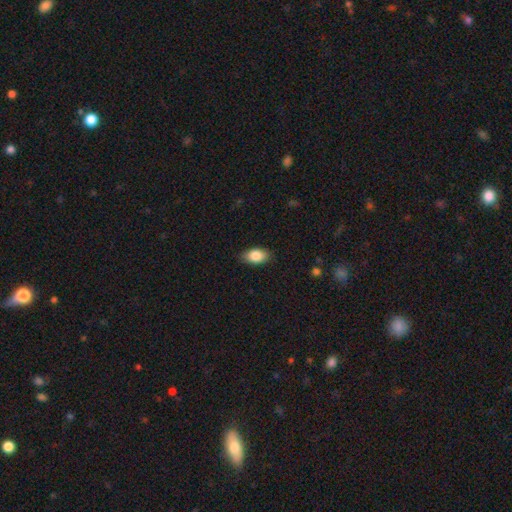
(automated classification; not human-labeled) Morphology: type=smooth (85%); roundness=in between (90%); merging=none (84%).